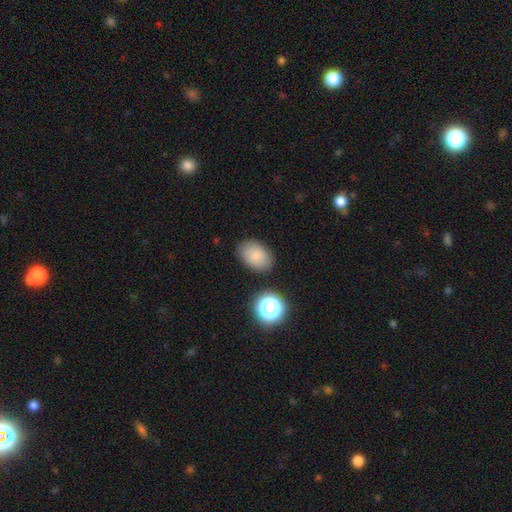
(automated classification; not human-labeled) Smooth or featured: smooth — 83% (star or artifact — 10%)
How rounded: in between — 85% (round — 14%)
Merging: none — 82% (minor disturbance — 11%)